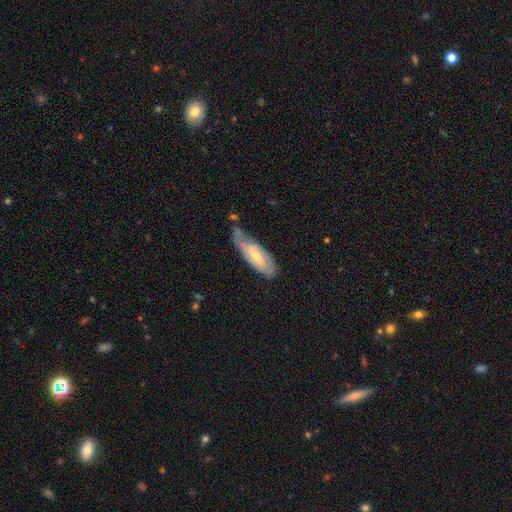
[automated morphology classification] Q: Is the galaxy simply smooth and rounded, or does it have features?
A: featured or disk — 52%.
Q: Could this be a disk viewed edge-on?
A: no — 82%.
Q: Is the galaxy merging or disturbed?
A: none — 43%.